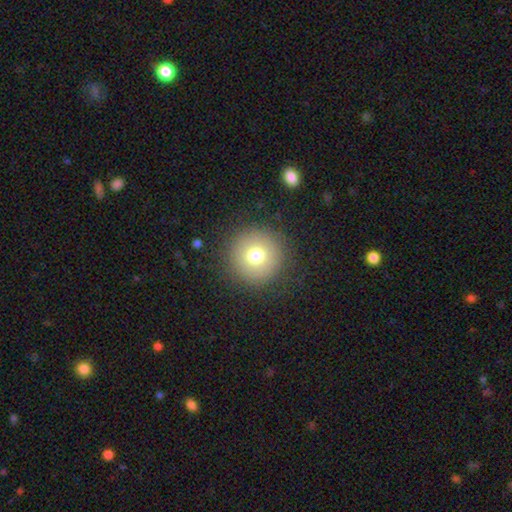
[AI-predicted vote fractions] Morphology: type=smooth (74%); roundness=round (96%); merging=none (90%).